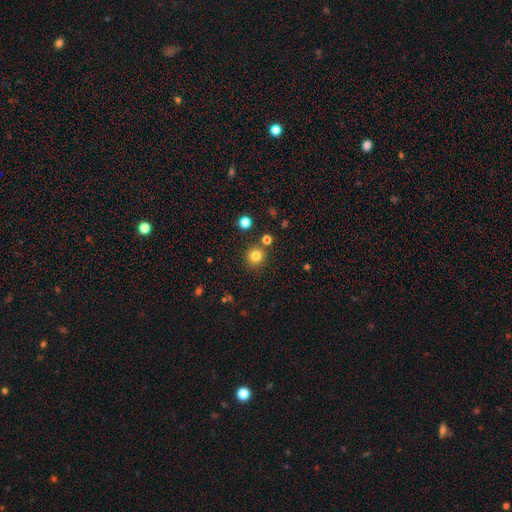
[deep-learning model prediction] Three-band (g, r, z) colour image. It shows a smooth galaxy with no disk features (80%) that is round (91%). Merging: none (83%).